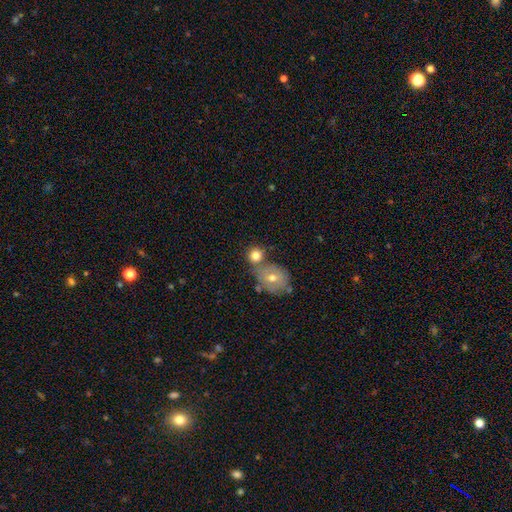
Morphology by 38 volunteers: smooth_or_featured: smooth (p=0.82) [alt: featured or disk p=0.13]
how_rounded: round (p=0.87) [alt: in between p=0.13]
merging: none (p=0.50) [alt: merger p=0.44]